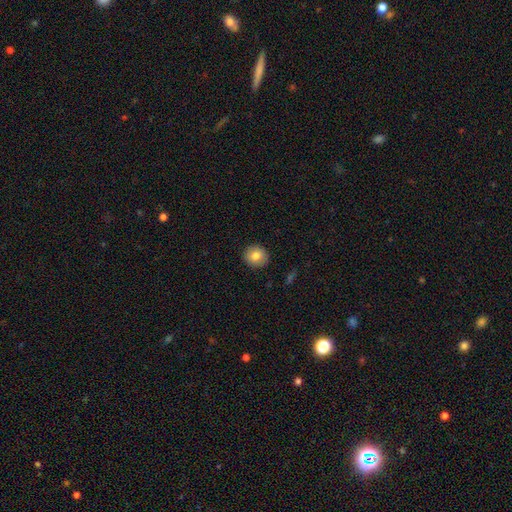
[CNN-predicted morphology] Overall: smooth (81%). How rounded: round (86%). Merging: none (91%).